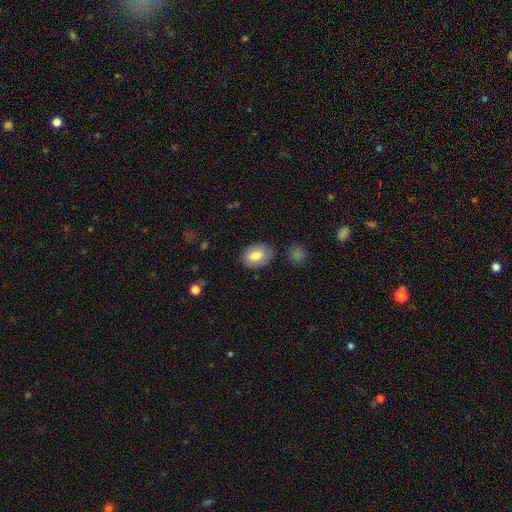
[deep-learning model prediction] smooth_or_featured: smooth (p=0.81) [alt: featured or disk p=0.13]
how_rounded: in between (p=0.82) [alt: round p=0.17]
merging: none (p=0.80) [alt: minor disturbance p=0.15]